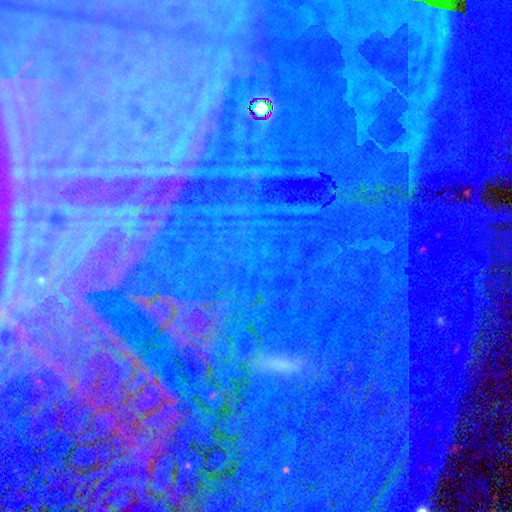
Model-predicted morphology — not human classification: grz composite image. It shows a star or artifact, not a galaxy (82%).